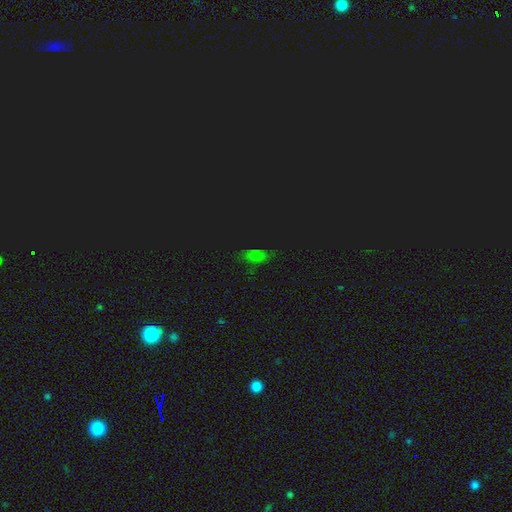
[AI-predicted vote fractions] A smooth galaxy with no disk features (54%) that is in between round and cigar-shaped (80%).

Vote fractions:
- Smooth or featured? smooth: 54% / star or artifact: 37% / featured or disk: 9%
- How rounded? in between: 80% / round: 12% / cigar-shaped: 9%
- Merging? none: 75% / minor disturbance: 19% / major disturbance: 5% / merger: 2%